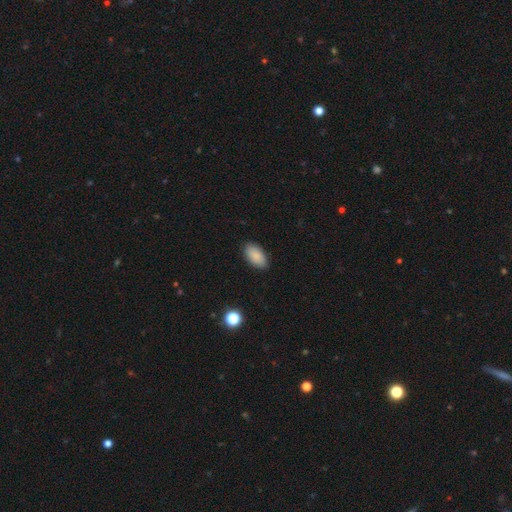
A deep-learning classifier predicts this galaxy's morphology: Smooth or featured? Predicted: smooth (p=0.88). How rounded? Predicted: in between (p=0.94). Merging? Predicted: none (p=0.88).